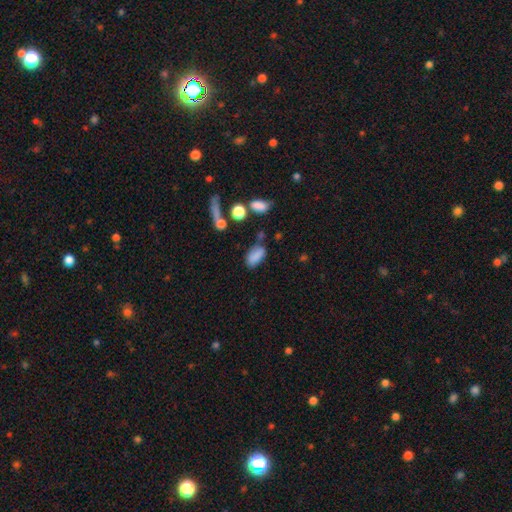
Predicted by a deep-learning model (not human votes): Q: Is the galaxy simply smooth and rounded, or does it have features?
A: smooth — 82%.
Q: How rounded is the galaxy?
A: in between — 89%.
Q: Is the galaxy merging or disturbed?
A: none — 61%.